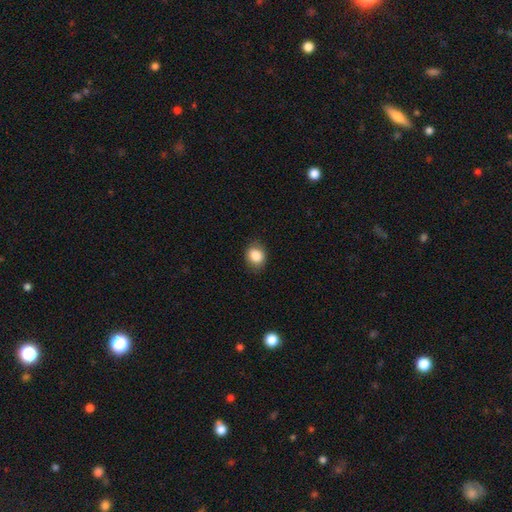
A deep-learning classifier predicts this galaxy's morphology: A smooth galaxy with no disk features (86%) that is round (56%).

Vote fractions:
- Smooth or featured? smooth: 86% / star or artifact: 9% / featured or disk: 5%
- How rounded? round: 56% / in between: 43% / cigar-shaped: 1%
- Merging? none: 84% / minor disturbance: 12% / major disturbance: 3% / merger: 1%